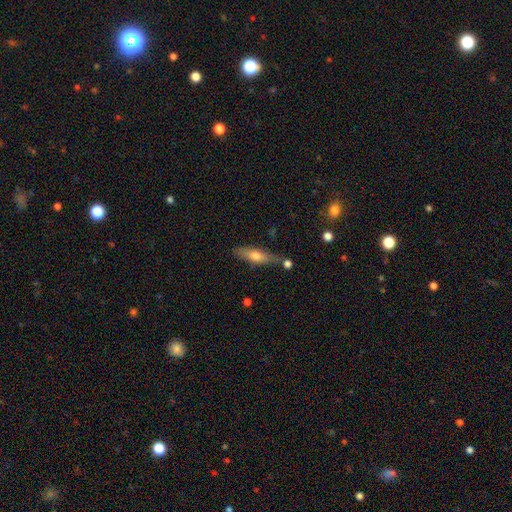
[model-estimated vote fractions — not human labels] This appears to be a smooth galaxy with no disk features (61%) that is cigar-shaped (63%). Merging: none (68%).